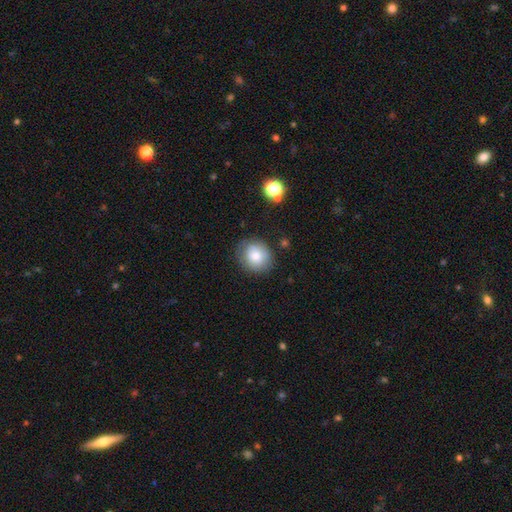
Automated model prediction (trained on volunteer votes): The model was most divided on "how rounded": round: 80%, in between: 19%, cigar-shaped: 1%. More confident: smooth or featured — smooth (79%); merging — none (78%).